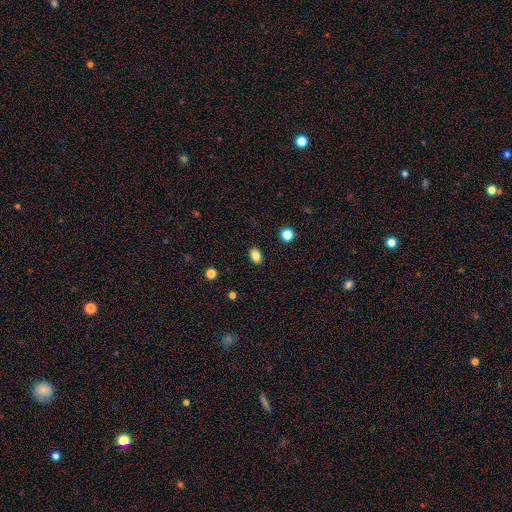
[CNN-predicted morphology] Smooth or featured? smooth (84%)
How rounded? in between (84%)
Merging? none (89%)